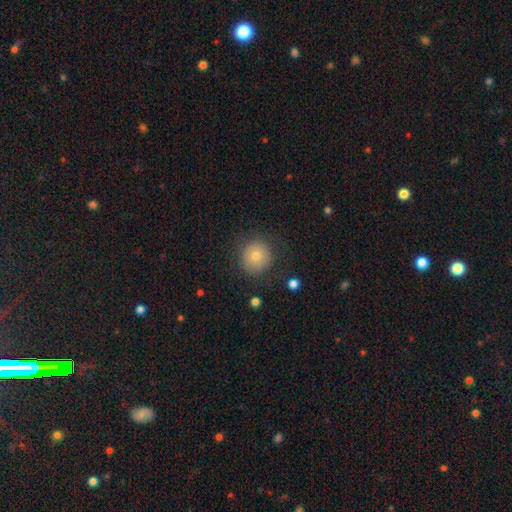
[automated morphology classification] The model was most divided on "smooth or featured": smooth: 73%, featured or disk: 15%, star or artifact: 12%. More confident: how rounded — round (93%); merging — none (85%).